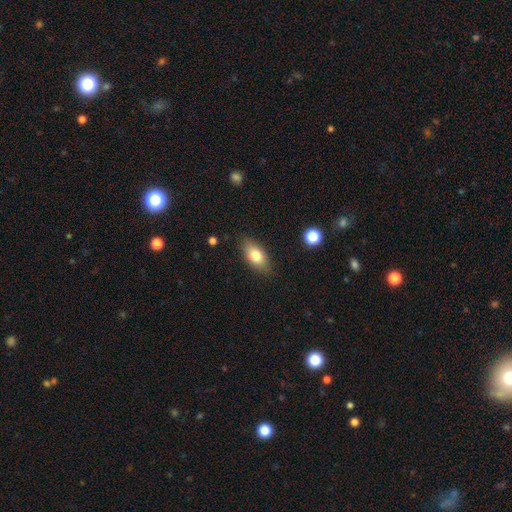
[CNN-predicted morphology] A smooth galaxy with no disk features (77%) that is in between round and cigar-shaped (87%).

Vote fractions:
- Smooth or featured? smooth: 77% / featured or disk: 15% / star or artifact: 8%
- How rounded? in between: 87% / cigar-shaped: 7% / round: 6%
- Merging? none: 84% / minor disturbance: 12% / major disturbance: 3% / merger: 1%